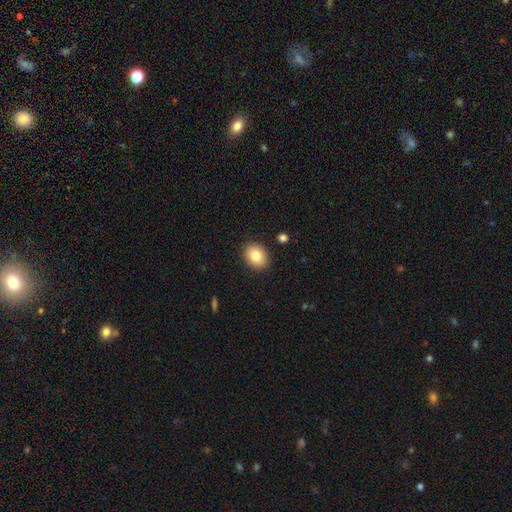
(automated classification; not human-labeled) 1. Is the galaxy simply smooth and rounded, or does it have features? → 82% smooth, 10% featured or disk, 8% star or artifact.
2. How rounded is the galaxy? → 57% in between, 42% round, 1% cigar-shaped.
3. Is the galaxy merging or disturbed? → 89% none, 7% minor disturbance, 2% major disturbance, 1% merger.